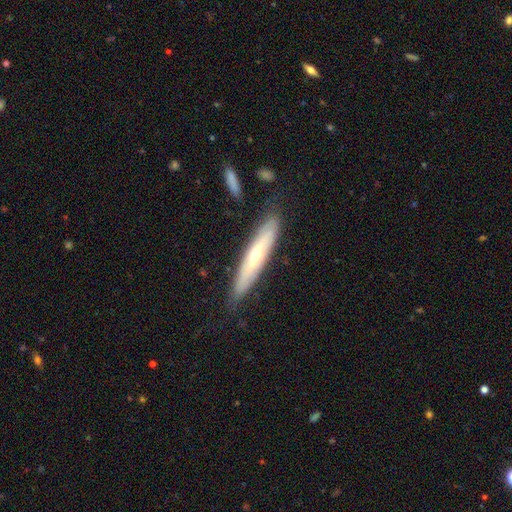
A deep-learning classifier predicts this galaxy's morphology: Smooth or featured? Predicted: featured or disk (p=0.58). Edge-on disk? Predicted: yes (p=0.69). Merging? Predicted: none (p=0.81).